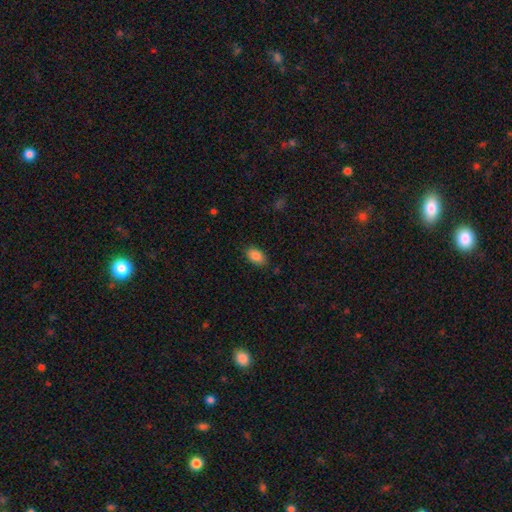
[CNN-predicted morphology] A smooth galaxy with no disk features (87%) that is in between round and cigar-shaped (91%).

Vote fractions:
- Smooth or featured? smooth: 87% / star or artifact: 8% / featured or disk: 5%
- How rounded? in between: 91% / round: 8% / cigar-shaped: 2%
- Merging? none: 84% / minor disturbance: 12% / major disturbance: 3% / merger: 1%